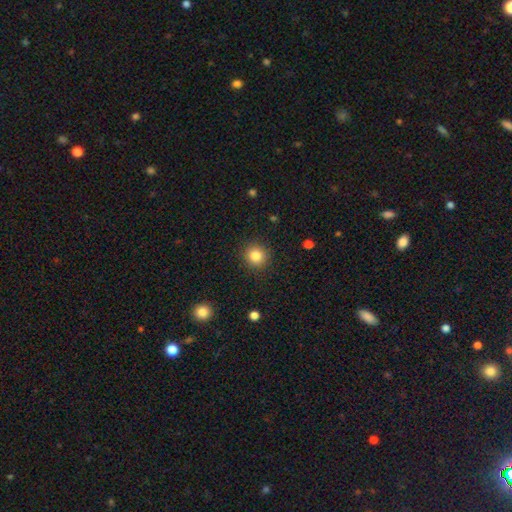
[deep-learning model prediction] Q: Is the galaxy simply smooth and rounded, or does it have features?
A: smooth — 84%.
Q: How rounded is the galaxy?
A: round — 93%.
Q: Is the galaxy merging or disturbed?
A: none — 91%.